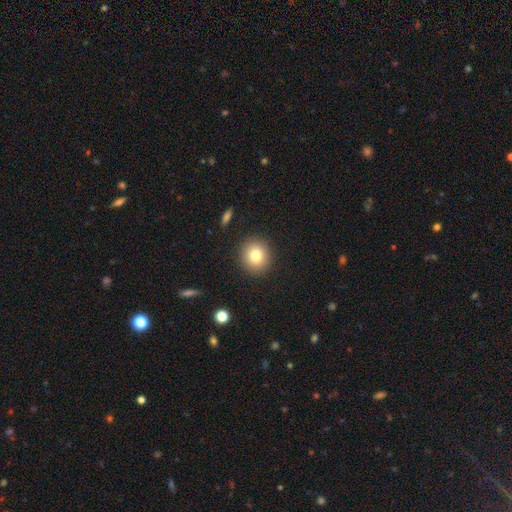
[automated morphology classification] The model was most divided on "smooth or featured": smooth: 79%, star or artifact: 11%, featured or disk: 10%. More confident: merging — none (90%); how rounded — round (89%).